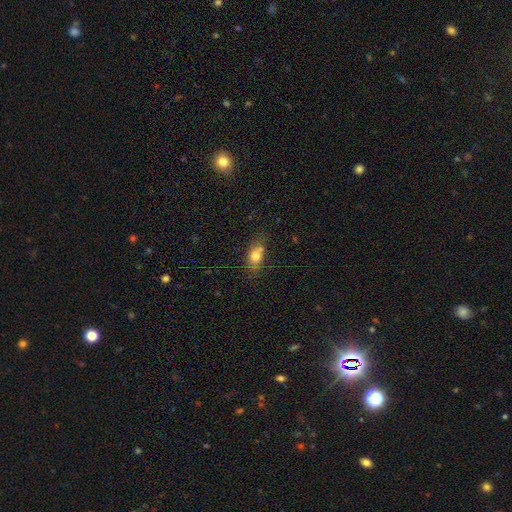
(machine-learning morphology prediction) This appears to be a smooth galaxy with no disk features (75%) that is in between round and cigar-shaped (75%). Merging: none (54%).